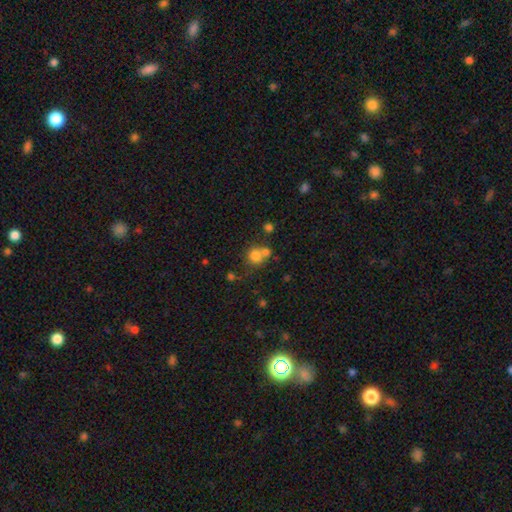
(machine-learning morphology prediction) type=smooth (77%); roundness=round (85%); merging=none (49%).